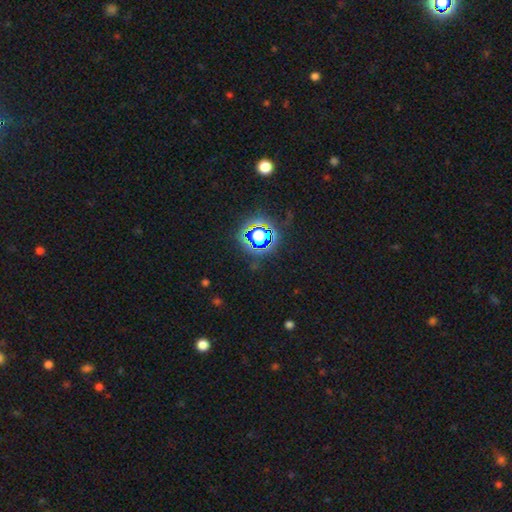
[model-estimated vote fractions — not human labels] The model was most divided on "smooth or featured": star or artifact: 83%, smooth: 11%, featured or disk: 7%.